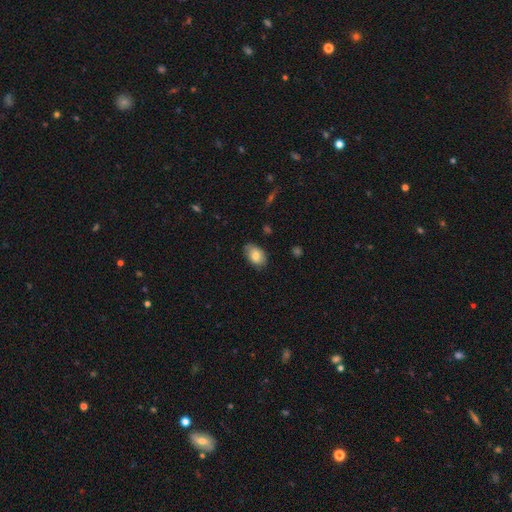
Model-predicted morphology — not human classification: smooth 75%, featured or disk 17%, star or artifact 7%. Down the decision tree: how rounded — in between (86%); merging — none (73%).